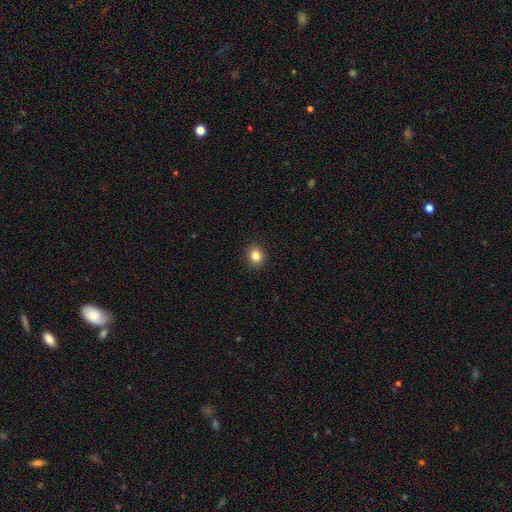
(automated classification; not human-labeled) Smooth or featured: smooth — 84% (star or artifact — 11%)
How rounded: round — 75% (in between — 24%)
Merging: none — 92% (minor disturbance — 6%)